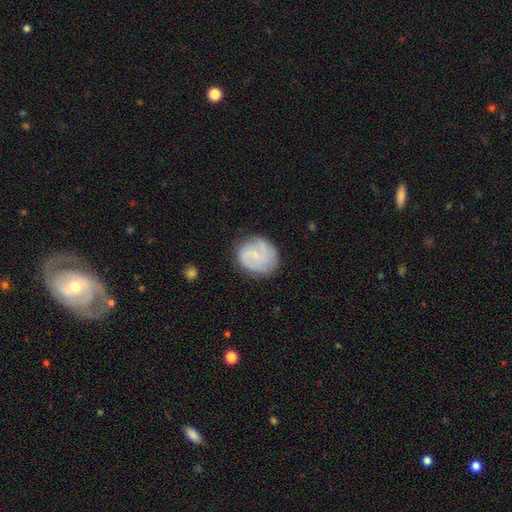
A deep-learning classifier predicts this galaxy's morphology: A featured or disk galaxy (55%) with no bar (55%), spiral arms (87%) and a small central bulge (61%).

Vote fractions:
- Smooth or featured? featured or disk: 55% / smooth: 38% / star or artifact: 7%
- Edge-on disk? no: 98% / yes: 2%
- Bar? no: 55% / weak: 39% / strong: 6%
- Spiral arms? yes: 87% / no: 13%
- Bulge size? small: 61% / none: 26% / moderate: 11% / large: 1% / dominant: 1%
- Merging? none: 74% / minor disturbance: 18% / major disturbance: 6% / merger: 1%